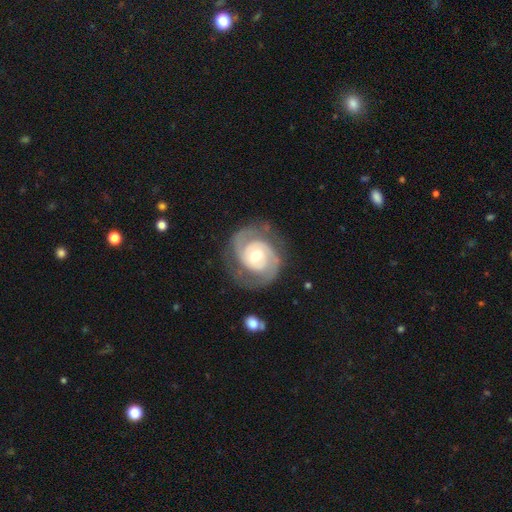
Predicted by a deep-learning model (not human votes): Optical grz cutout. It shows a featured or disk galaxy (90%) with no bar (65%), 2 (84%) tight (62%) spiral arms (97%) and a moderate central bulge (70%). Merging: none (74%).